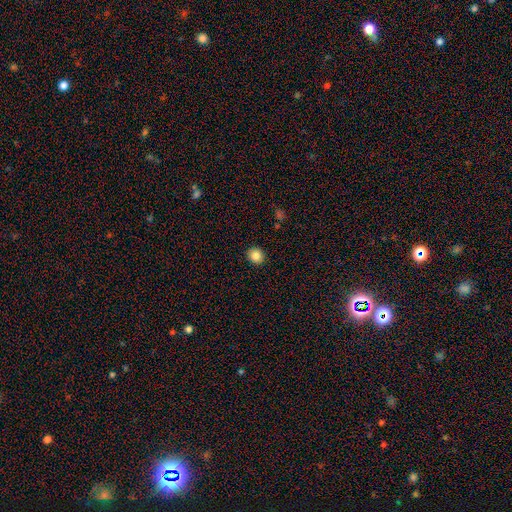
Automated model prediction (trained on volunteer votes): Morphology: type=smooth (84%); roundness=round (80%); merging=none (92%).